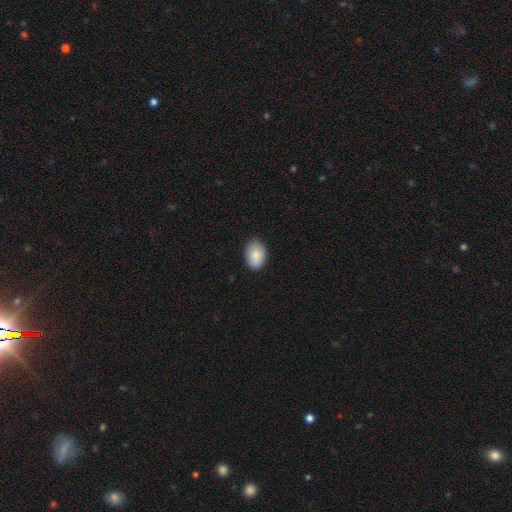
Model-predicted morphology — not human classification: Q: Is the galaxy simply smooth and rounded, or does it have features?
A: smooth — 86%.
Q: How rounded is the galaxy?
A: in between — 84%.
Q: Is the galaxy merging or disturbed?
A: none — 84%.